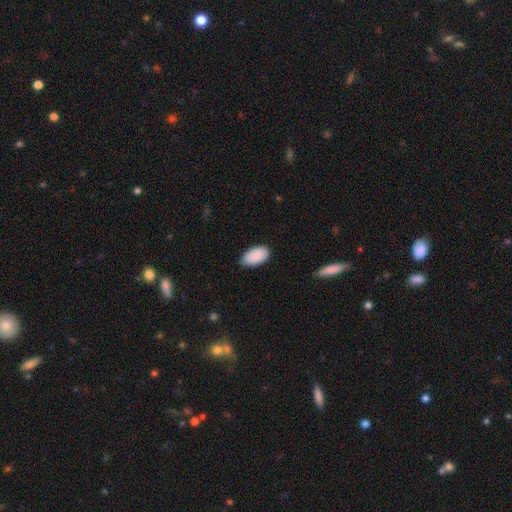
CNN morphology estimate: The model was most divided on "merging": none: 83%, minor disturbance: 14%, major disturbance: 2%, merger: 1%. More confident: how rounded — in between (96%); smooth or featured — smooth (88%).